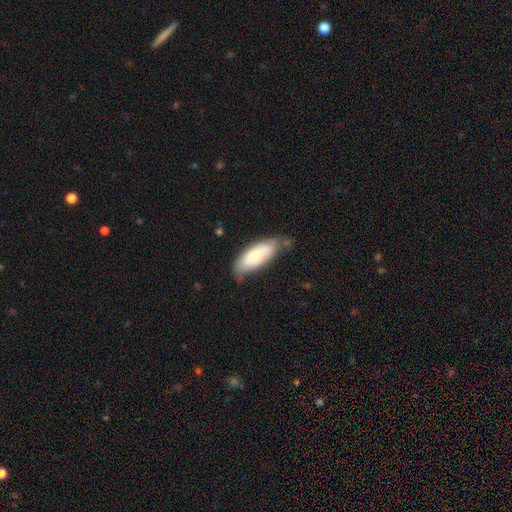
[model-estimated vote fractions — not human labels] This is likely a smooth galaxy (70%). How rounded: likely in between (78%). Merging: possibly none (57%).